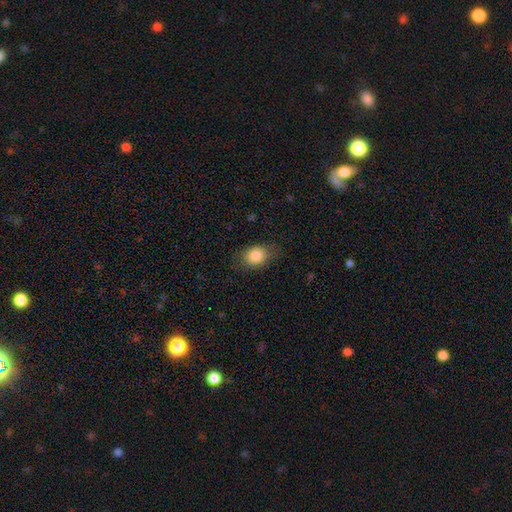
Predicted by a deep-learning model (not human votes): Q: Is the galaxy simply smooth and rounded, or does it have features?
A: smooth — 85%.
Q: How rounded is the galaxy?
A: in between — 66%.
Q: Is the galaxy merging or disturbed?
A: none — 75%.